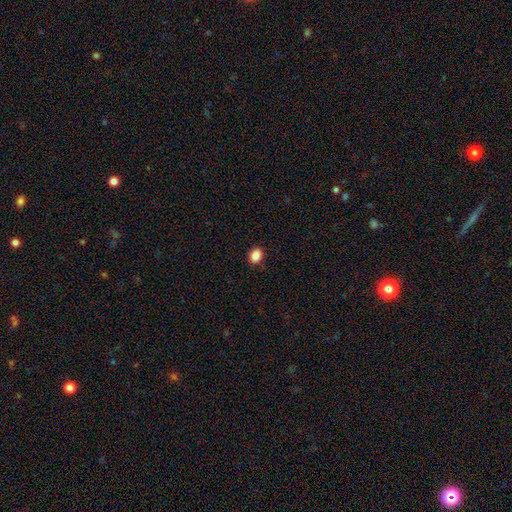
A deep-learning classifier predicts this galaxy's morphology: A smooth galaxy with no disk features (87%) that is round (52%).

Vote fractions:
- Smooth or featured? smooth: 87% / star or artifact: 10% / featured or disk: 3%
- How rounded? round: 52% / in between: 47% / cigar-shaped: 1%
- Merging? none: 89% / minor disturbance: 8% / major disturbance: 2% / merger: 1%